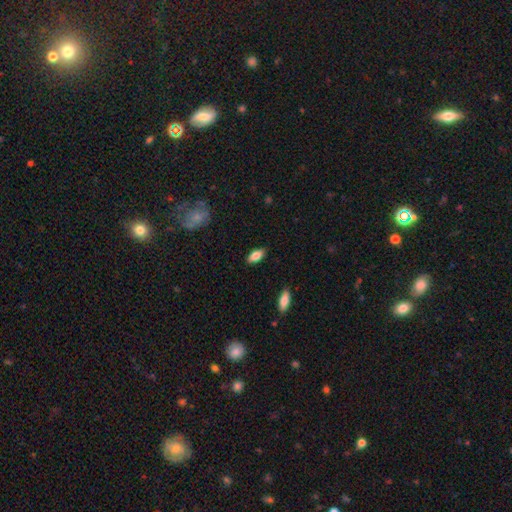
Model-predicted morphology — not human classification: Q: Smooth or featured?
A: smooth (80%); runner-up: featured or disk (13%)
Q: How rounded?
A: in between (85%); runner-up: cigar-shaped (12%)
Q: Merging?
A: none (87%); runner-up: minor disturbance (9%)